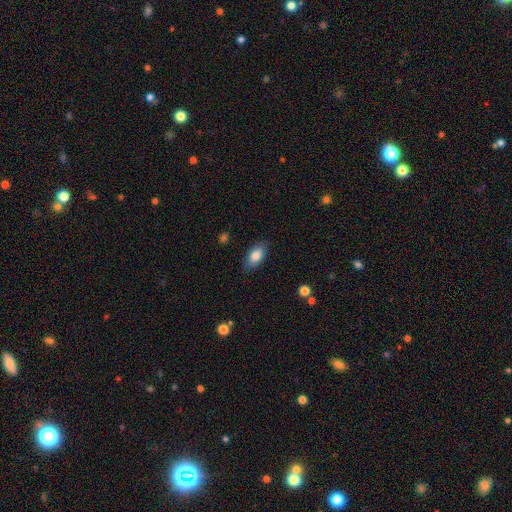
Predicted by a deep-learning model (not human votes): Morphology: type=smooth (83%); roundness=in between (89%); merging=none (85%).